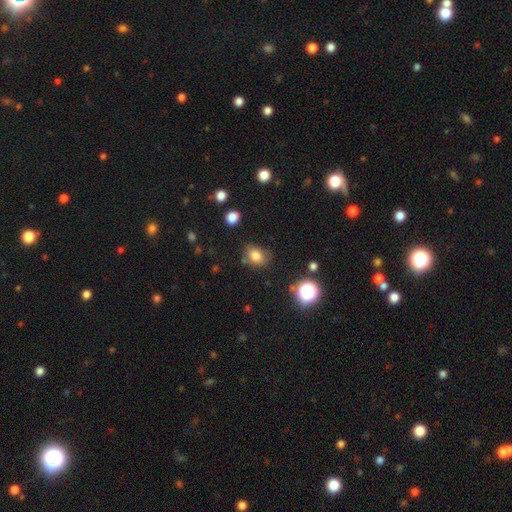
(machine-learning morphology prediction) smooth-or-featured: smooth: 80% | star or artifact: 13% | featured or disk: 7%
  how-rounded: in between: 52% | round: 47% | cigar-shaped: 1%
  merging: none: 70% | minor disturbance: 20% | major disturbance: 5% | merger: 4%